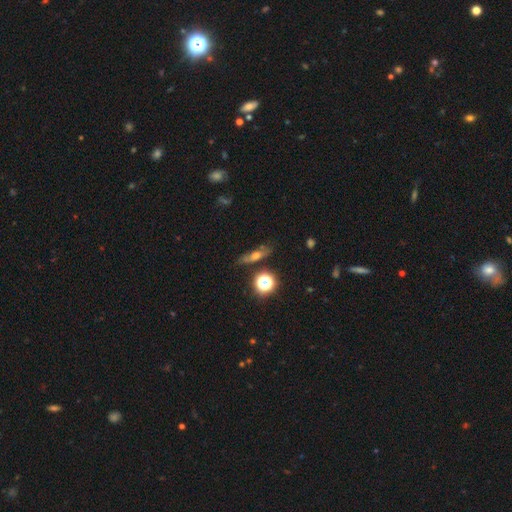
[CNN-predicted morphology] This is marginally a smooth galaxy (41%). Merging: likely none (77%).